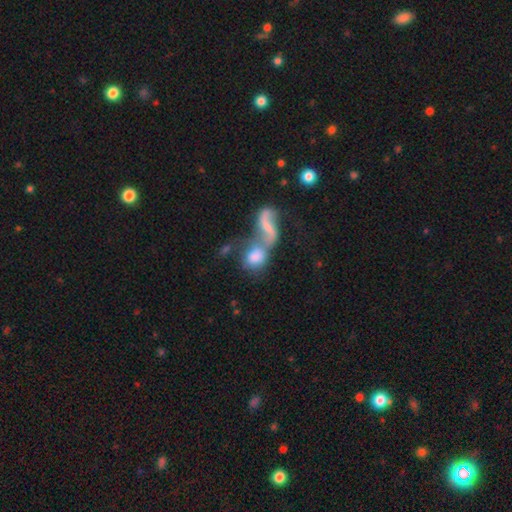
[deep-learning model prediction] Overall: smooth (52%; featured or disk 38%). How rounded: in between (54%; round 39%). Merging: merger (66%).